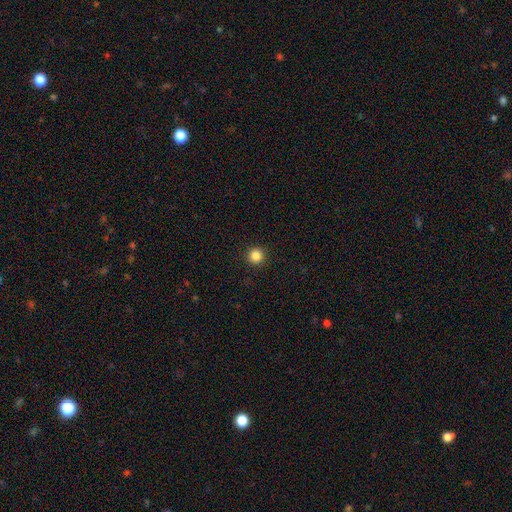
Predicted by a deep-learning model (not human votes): Smooth or featured?
  - smooth: 84% *
  - star or artifact: 12%
  - featured or disk: 4%
How rounded?
  - round: 96% *
  - in between: 3%
  - cigar-shaped: 1%
Merging?
  - none: 93% *
  - minor disturbance: 4%
  - major disturbance: 2%
  - merger: 1%